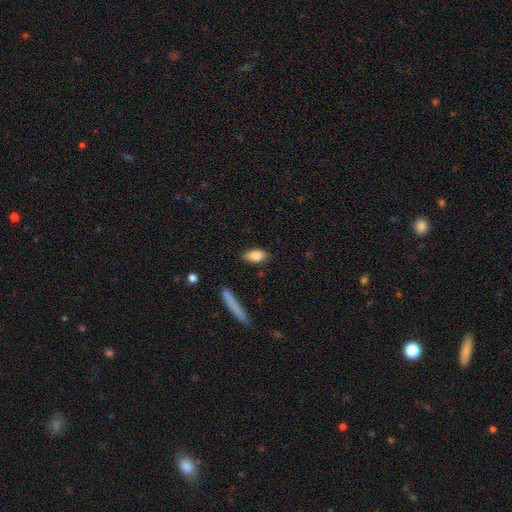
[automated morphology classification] Q: Smooth or featured?
A: smooth (86%); runner-up: featured or disk (8%)
Q: How rounded?
A: in between (88%); runner-up: cigar-shaped (8%)
Q: Merging?
A: none (81%); runner-up: minor disturbance (14%)